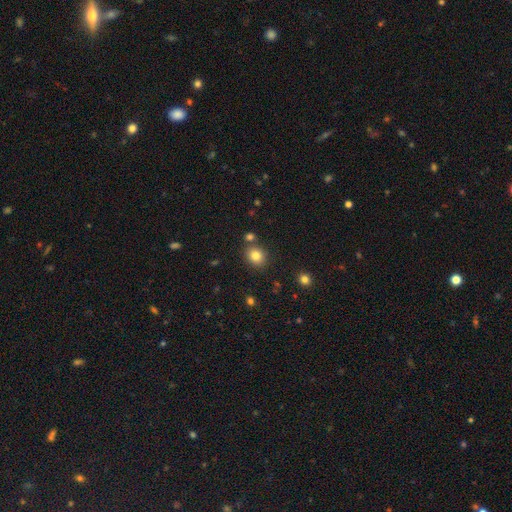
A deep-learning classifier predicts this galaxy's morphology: Smooth or featured?
  - smooth: 81% *
  - star or artifact: 12%
  - featured or disk: 7%
How rounded?
  - round: 67% *
  - in between: 32%
  - cigar-shaped: 1%
Merging?
  - none: 79% *
  - merger: 9%
  - minor disturbance: 9%
  - major disturbance: 3%